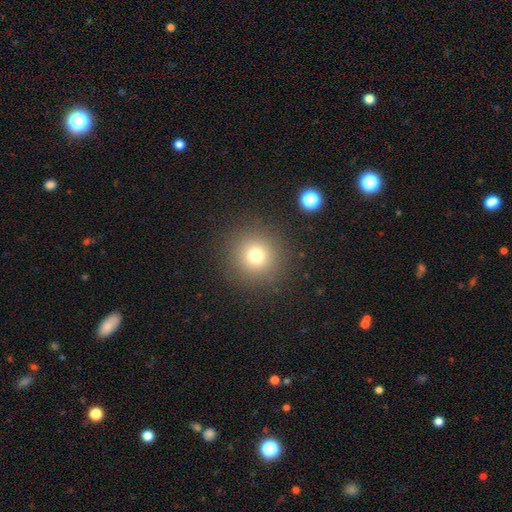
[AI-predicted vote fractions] smooth 74%, star or artifact 16%, featured or disk 9%. Down the decision tree: how rounded — round (95%); merging — none (89%).